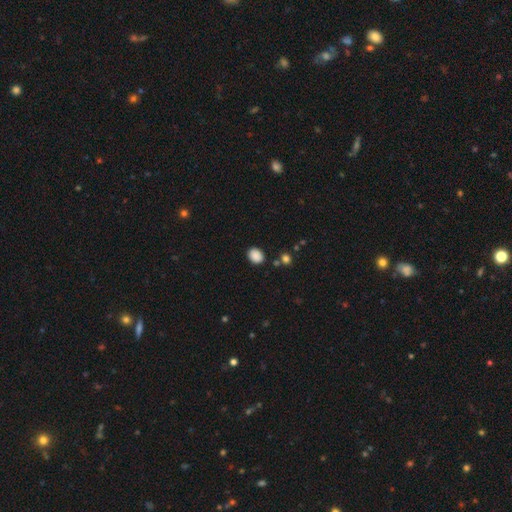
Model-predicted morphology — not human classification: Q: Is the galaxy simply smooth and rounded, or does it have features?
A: smooth — 88%.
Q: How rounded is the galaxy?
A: in between — 60%.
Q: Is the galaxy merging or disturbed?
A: none — 83%.